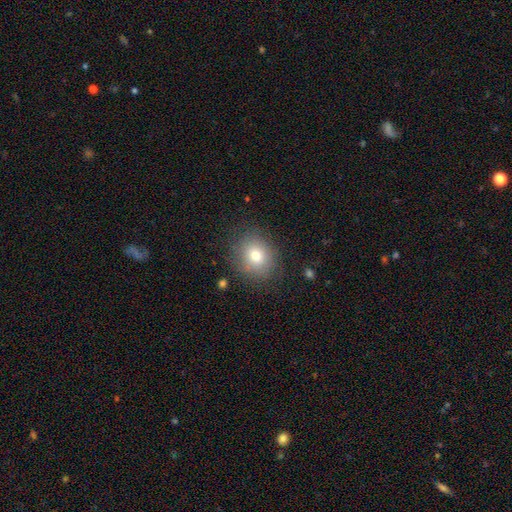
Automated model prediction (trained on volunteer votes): A smooth galaxy with no disk features (77%) that is round (69%).

Vote fractions:
- Smooth or featured? smooth: 77% / featured or disk: 12% / star or artifact: 11%
- How rounded? round: 69% / in between: 30% / cigar-shaped: 1%
- Merging? none: 82% / minor disturbance: 12% / major disturbance: 5% / merger: 2%